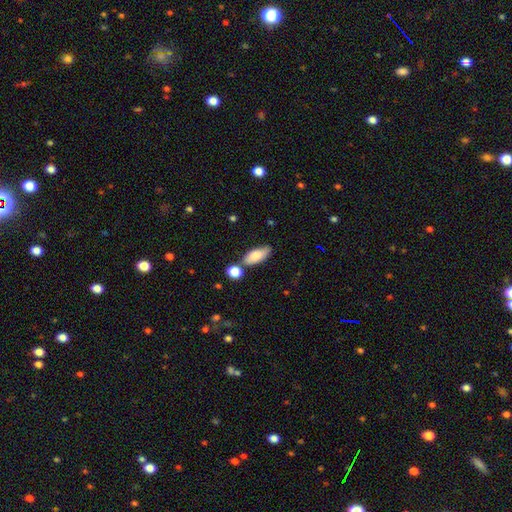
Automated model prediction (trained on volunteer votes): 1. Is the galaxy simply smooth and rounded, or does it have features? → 82% smooth, 11% featured or disk, 7% star or artifact.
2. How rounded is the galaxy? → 81% in between, 16% cigar-shaped, 3% round.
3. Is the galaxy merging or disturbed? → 65% none, 17% minor disturbance, 14% merger, 4% major disturbance.